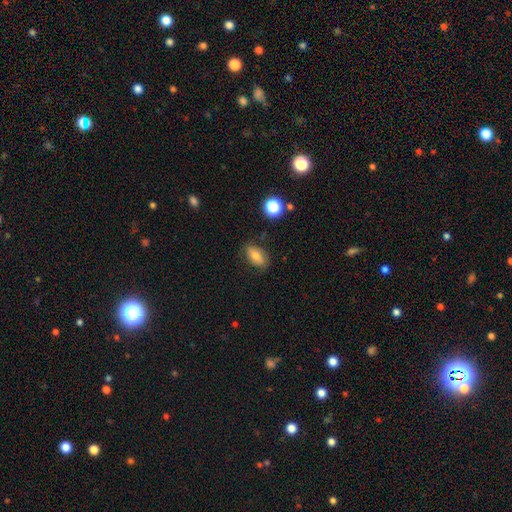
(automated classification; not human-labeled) smooth_or_featured: smooth (p=0.72) [alt: featured or disk p=0.18]
how_rounded: in between (p=0.87) [alt: round p=0.09]
merging: none (p=0.79) [alt: minor disturbance p=0.16]